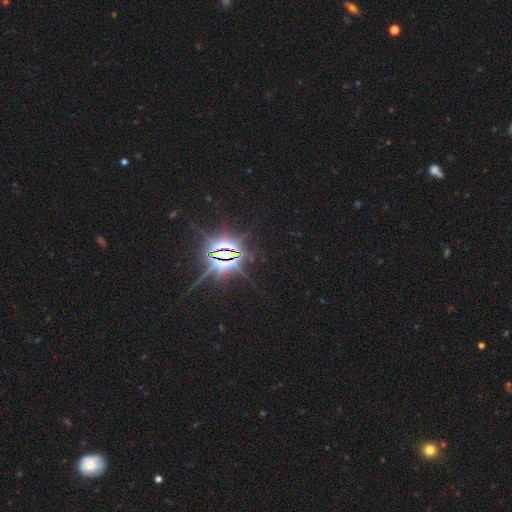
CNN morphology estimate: Smooth or featured: star or artifact — 87% (featured or disk — 7%)